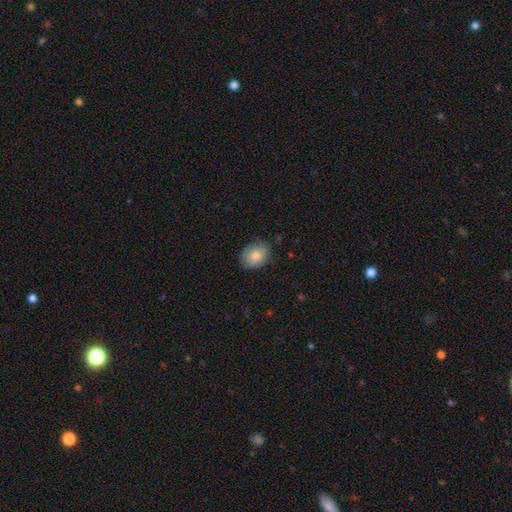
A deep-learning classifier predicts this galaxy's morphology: type=smooth (80%); roundness=in between (57%); merging=none (78%).